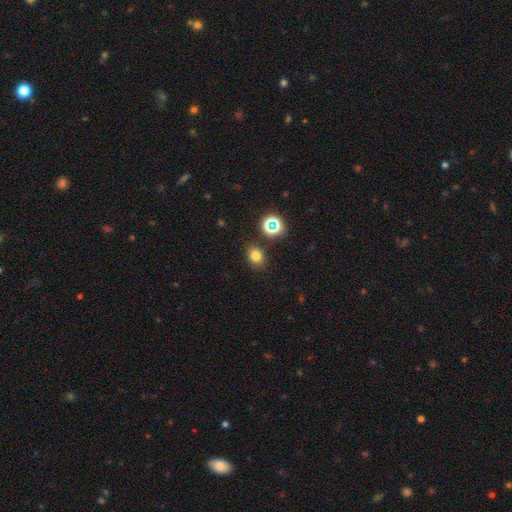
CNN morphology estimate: This is likely a smooth galaxy (76%). How rounded: possibly in between (51%). Merging: clearly none (84%).